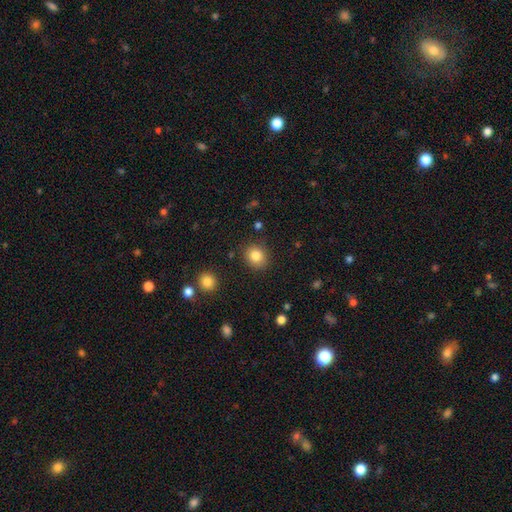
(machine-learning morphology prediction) smooth-or-featured: smooth: 83% | star or artifact: 10% | featured or disk: 7%
  how-rounded: round: 73% | in between: 27% | cigar-shaped: 1%
  merging: none: 86% | minor disturbance: 9% | major disturbance: 3% | merger: 2%